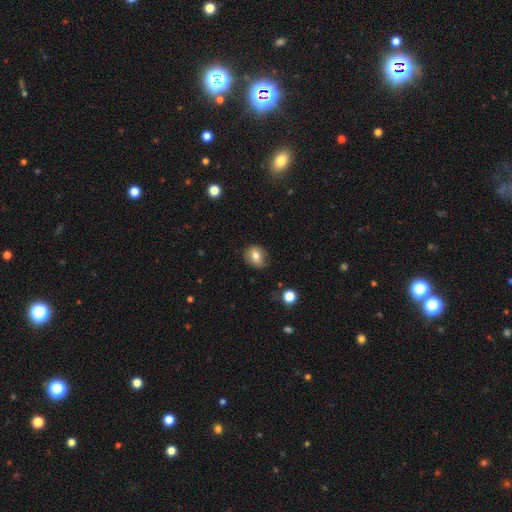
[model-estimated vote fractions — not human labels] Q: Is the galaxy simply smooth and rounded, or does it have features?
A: smooth — 76%.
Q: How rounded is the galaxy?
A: round — 57%.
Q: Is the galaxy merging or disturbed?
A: none — 79%.